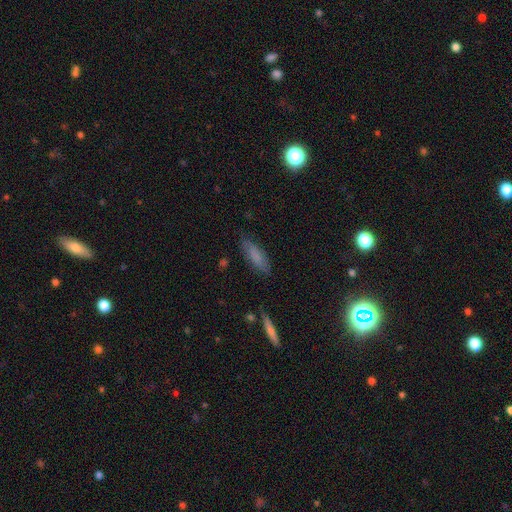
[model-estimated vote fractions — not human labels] A smooth galaxy with no disk features (73%) that is cigar-shaped (50%).

Vote fractions:
- Smooth or featured? smooth: 73% / featured or disk: 18% / star or artifact: 8%
- How rounded? cigar-shaped: 50% / in between: 48% / round: 2%
- Merging? none: 79% / minor disturbance: 16% / major disturbance: 3% / merger: 2%